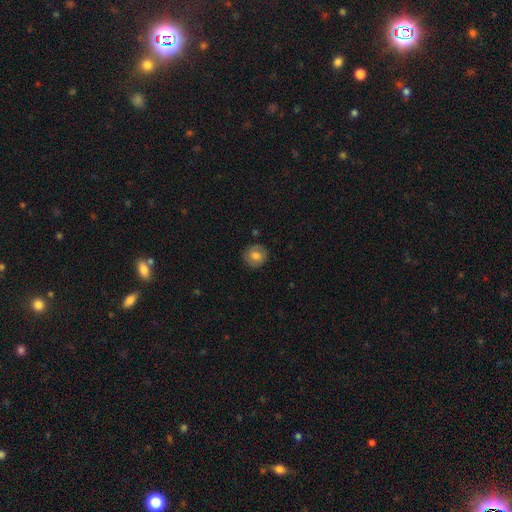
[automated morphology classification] Smooth or featured? smooth (68%)
How rounded? round (90%)
Merging? none (86%)